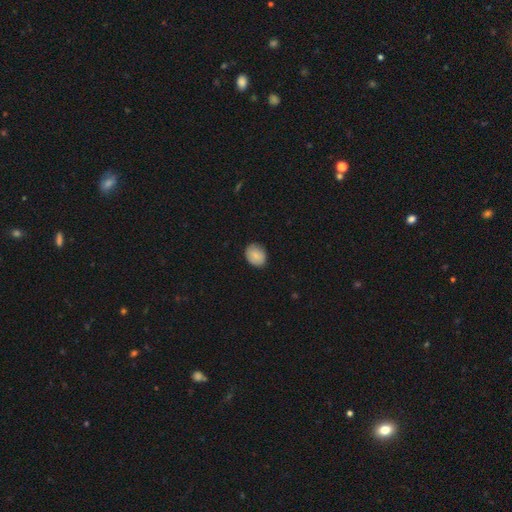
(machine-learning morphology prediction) Overall: smooth (86%). How rounded: in between (54%; round 45%). Merging: none (87%).